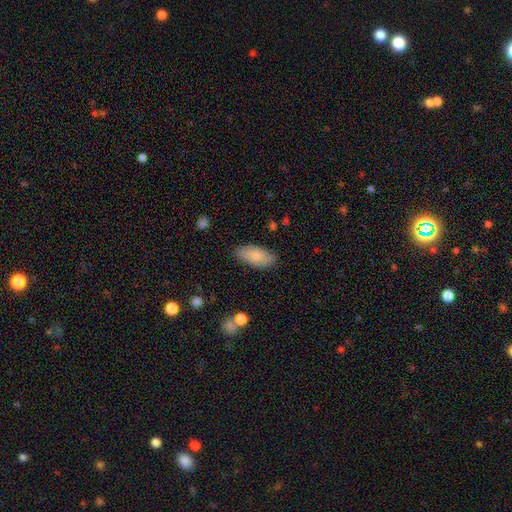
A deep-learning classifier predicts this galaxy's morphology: Smooth or featured? Predicted: smooth (p=0.81). How rounded? Predicted: in between (p=0.90). Merging? Predicted: none (p=0.82).